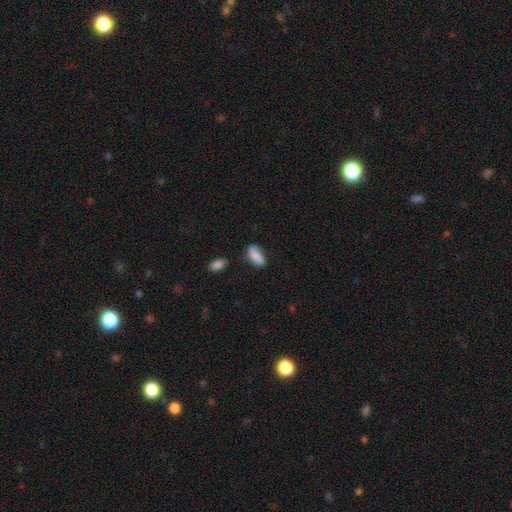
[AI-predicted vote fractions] This is clearly a smooth galaxy (81%). How rounded: clearly in between (86%). Merging: possibly none (59%).